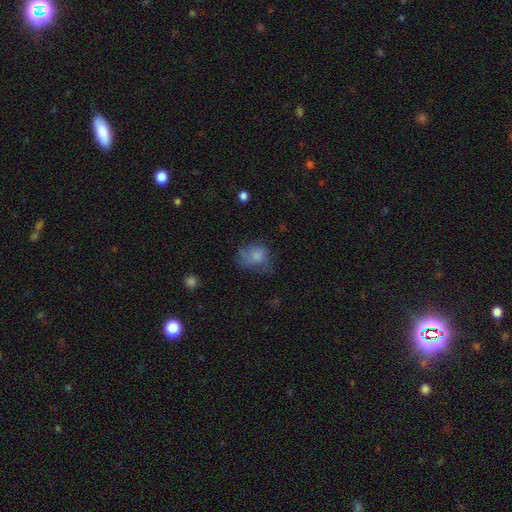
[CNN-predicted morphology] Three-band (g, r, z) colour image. It shows a smooth galaxy with no disk features (70%) that is round (58%). Merging: none (44%).